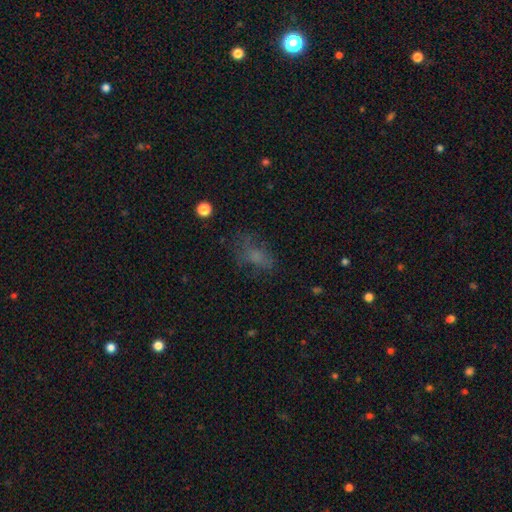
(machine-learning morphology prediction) smooth_or_featured: smooth (p=0.55) [alt: featured or disk p=0.24]
how_rounded: in between (p=0.79) [alt: round p=0.17]
merging: none (p=0.54) [alt: major disturbance p=0.22]